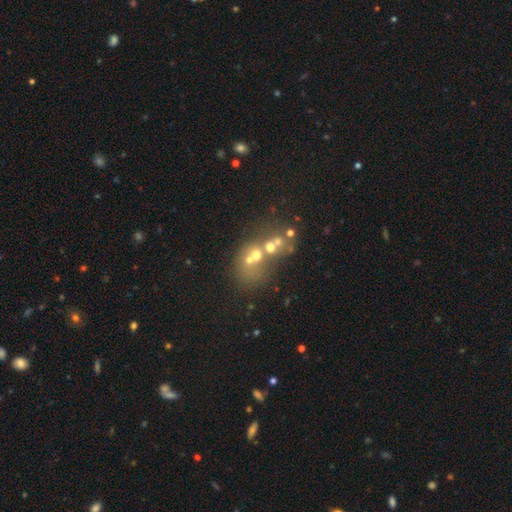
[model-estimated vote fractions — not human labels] smooth-or-featured: smooth: 41% | featured or disk: 35% | star or artifact: 24%
  merging: merger: 56% | none: 30% | minor disturbance: 7% | major disturbance: 7%